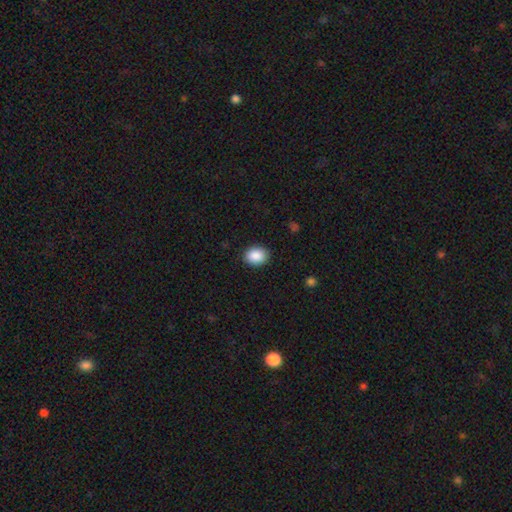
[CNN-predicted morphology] A smooth galaxy with no disk features (89%) that is in between round and cigar-shaped (55%).

Vote fractions:
- Smooth or featured? smooth: 89% / star or artifact: 7% / featured or disk: 3%
- How rounded? in between: 55% / round: 44% / cigar-shaped: 1%
- Merging? none: 89% / minor disturbance: 8% / major disturbance: 2% / merger: 1%